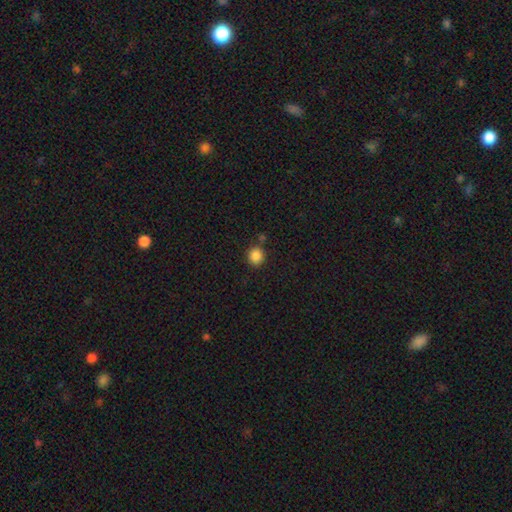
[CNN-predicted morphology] This appears to be a smooth galaxy with no disk features (87%) that is round (85%). Merging: none (80%).